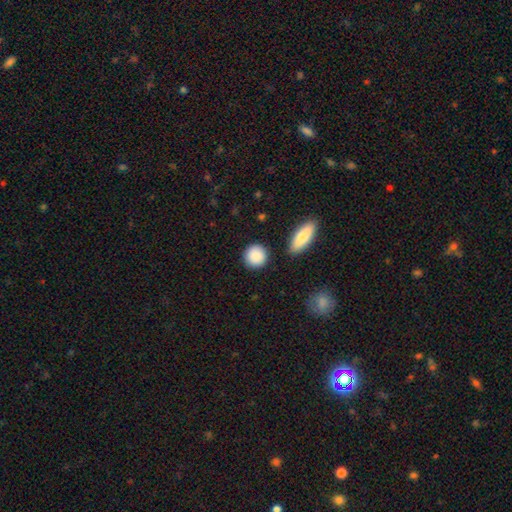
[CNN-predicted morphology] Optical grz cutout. It shows a smooth galaxy with no disk features (89%) that is round (90%). Merging: none (87%).